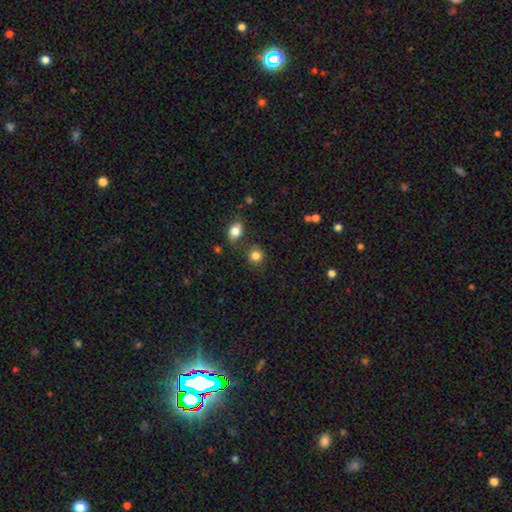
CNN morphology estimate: smooth_or_featured: smooth (p=0.84) [alt: star or artifact p=0.11]
how_rounded: round (p=0.84) [alt: in between p=0.15]
merging: none (p=0.76) [alt: minor disturbance p=0.11]